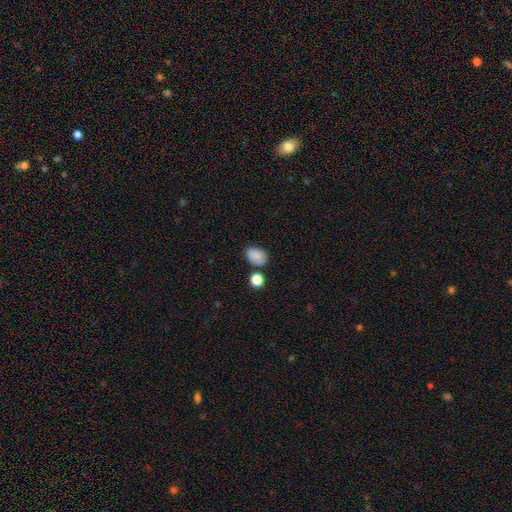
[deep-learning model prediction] This appears to be a smooth galaxy with no disk features (86%) that is in between round and cigar-shaped (83%). Merging: none (72%).